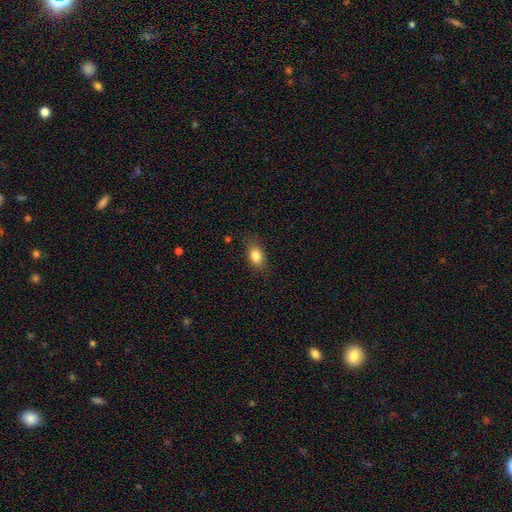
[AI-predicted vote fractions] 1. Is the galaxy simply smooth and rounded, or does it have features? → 84% smooth, 9% star or artifact, 8% featured or disk.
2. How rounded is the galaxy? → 84% in between, 12% round, 4% cigar-shaped.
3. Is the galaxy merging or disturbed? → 79% none, 15% minor disturbance, 4% major disturbance, 1% merger.